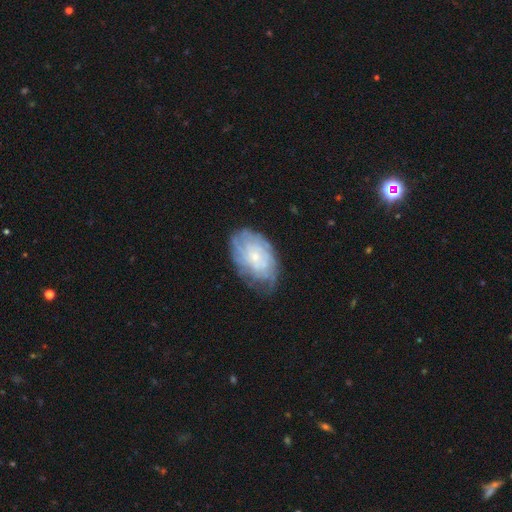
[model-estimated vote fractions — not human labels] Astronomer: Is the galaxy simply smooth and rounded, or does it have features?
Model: featured or disk — 55% (runner-up: smooth, 34%).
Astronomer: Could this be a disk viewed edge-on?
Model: no — 94%.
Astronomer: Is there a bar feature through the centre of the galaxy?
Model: no — 80%.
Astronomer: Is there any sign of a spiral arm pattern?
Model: yes — 72%.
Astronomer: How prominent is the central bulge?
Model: small — 69%.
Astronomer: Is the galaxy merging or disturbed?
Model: none — 68%.